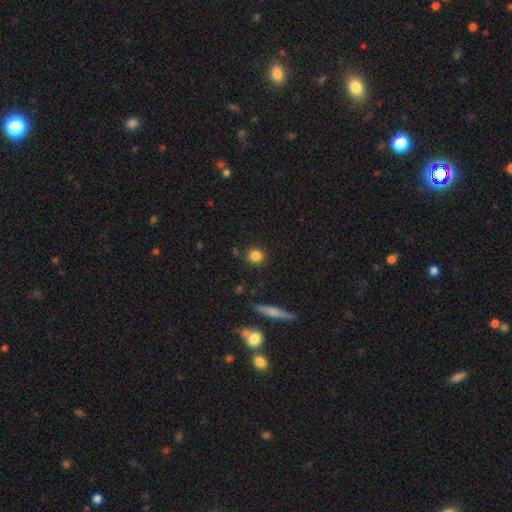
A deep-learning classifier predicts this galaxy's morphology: This appears to be a smooth galaxy with no disk features (84%) that is round (89%). Merging: none (86%).